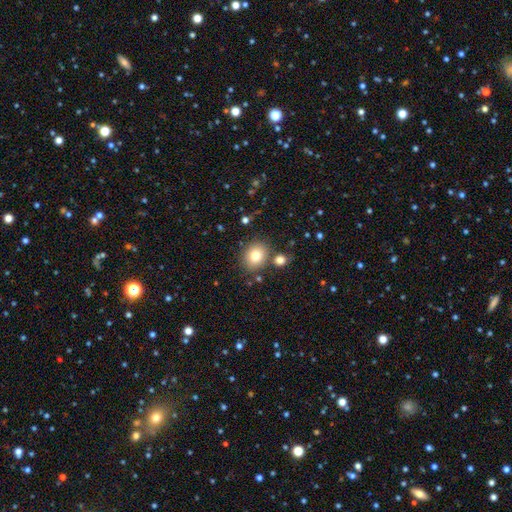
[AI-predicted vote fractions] A smooth galaxy with no disk features (80%) that is round (63%). Merging: none (78%).